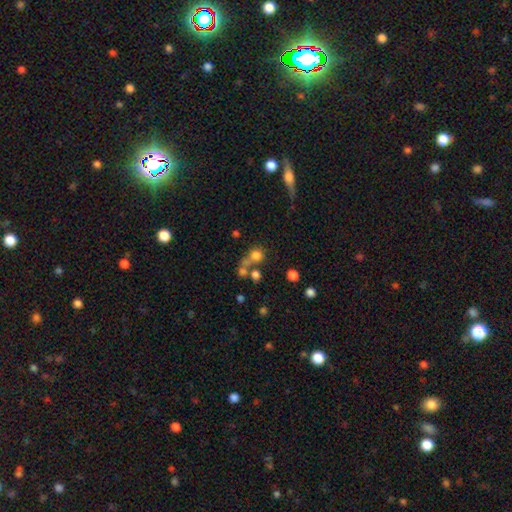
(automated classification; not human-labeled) A smooth galaxy with no disk features (72%) that is round (86%). Merging: none (47%).